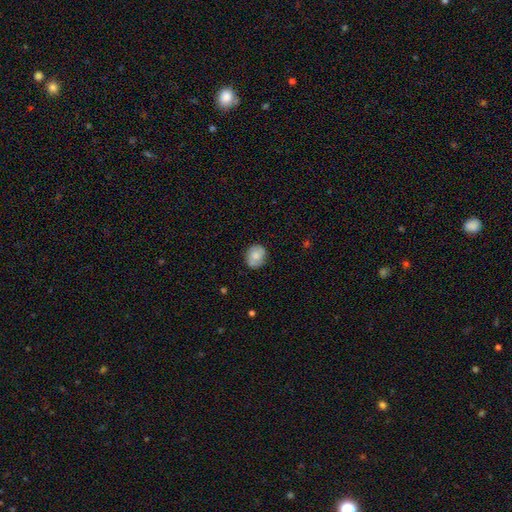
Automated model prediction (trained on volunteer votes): A smooth galaxy with no disk features (67%) that is round (69%). Merging: none (78%).